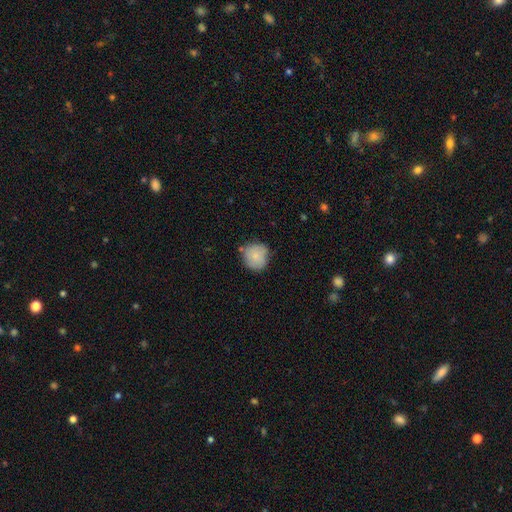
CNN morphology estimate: smooth 82%, featured or disk 11%, star or artifact 8%. Down the decision tree: how rounded — round (89%); merging — none (67%).